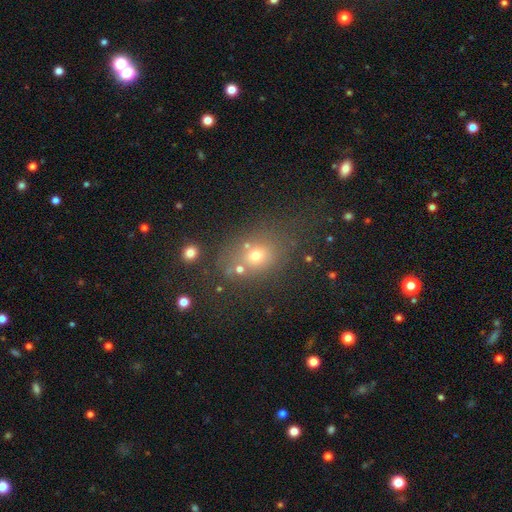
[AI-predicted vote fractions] smooth-or-featured: smooth: 66% | star or artifact: 20% | featured or disk: 14%
  how-rounded: in between: 53% | round: 45% | cigar-shaped: 2%
  merging: none: 64% | minor disturbance: 15% | merger: 13% | major disturbance: 8%